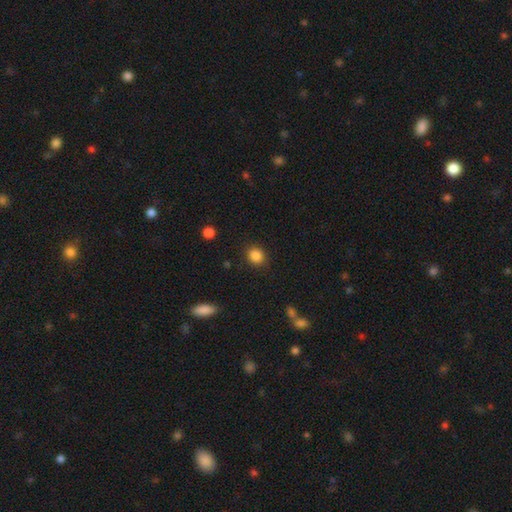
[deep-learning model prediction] Overall: smooth (86%). How rounded: round (81%). Merging: none (88%).